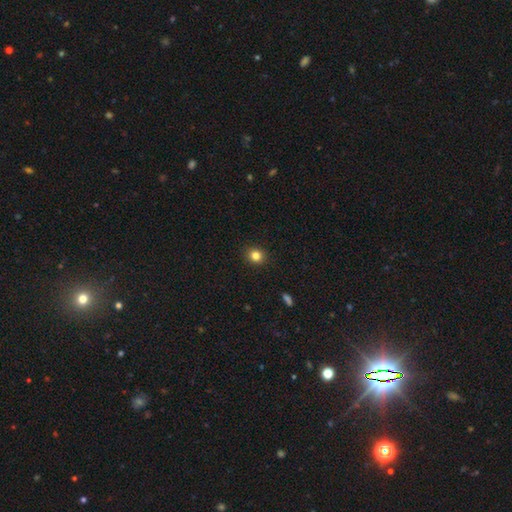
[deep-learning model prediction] Smooth or featured? Predicted: smooth (p=0.82). How rounded? Predicted: round (p=0.79). Merging? Predicted: none (p=0.91).